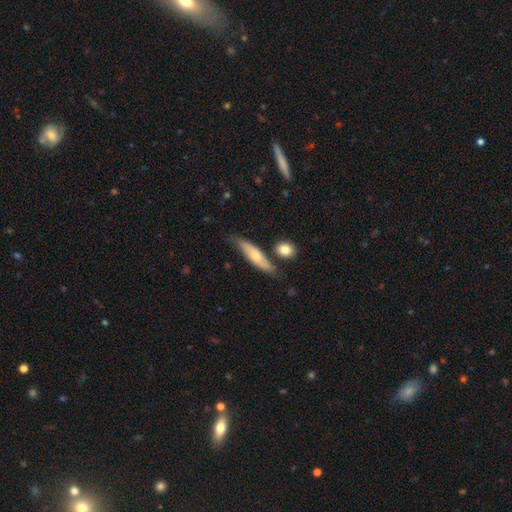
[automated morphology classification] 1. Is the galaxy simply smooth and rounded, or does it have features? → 60% smooth, 34% featured or disk, 6% star or artifact.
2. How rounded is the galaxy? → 70% cigar-shaped, 28% in between, 3% round.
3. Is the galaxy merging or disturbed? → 66% none, 20% minor disturbance, 9% merger, 4% major disturbance.